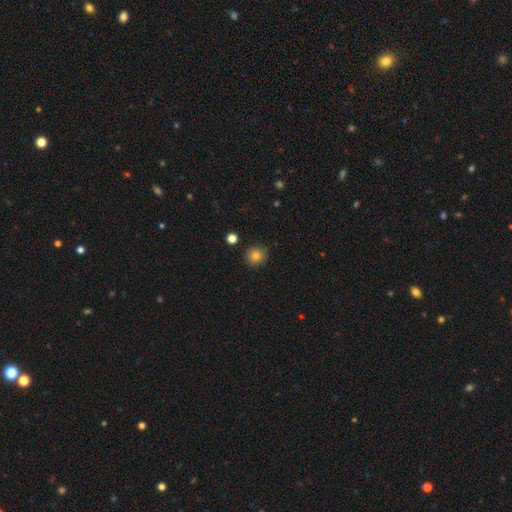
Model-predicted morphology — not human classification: This is clearly a smooth galaxy (82%). How rounded: clearly round (91%). Merging: clearly none (86%).